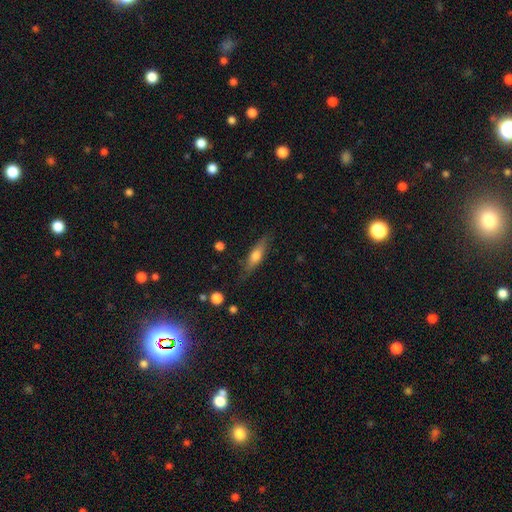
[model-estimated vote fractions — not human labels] The model was most divided on "smooth or featured": smooth: 57%, featured or disk: 37%, star or artifact: 7%. More confident: merging — none (79%); how rounded — cigar-shaped (64%).